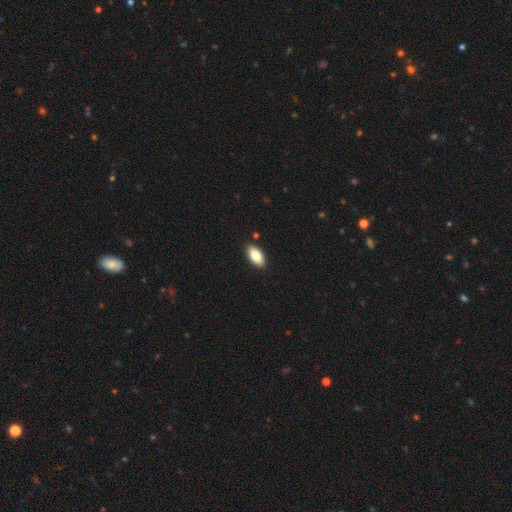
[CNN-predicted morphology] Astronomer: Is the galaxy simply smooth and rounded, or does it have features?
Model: smooth — 85%.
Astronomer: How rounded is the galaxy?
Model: in between — 92%.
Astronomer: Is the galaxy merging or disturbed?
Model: none — 89%.